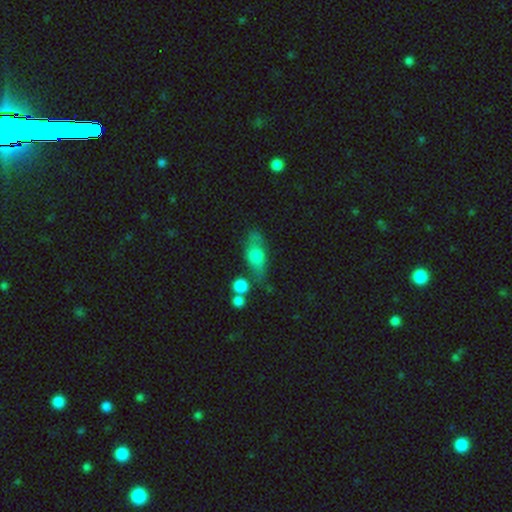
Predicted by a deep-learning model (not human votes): Smooth or featured? smooth (60%)
How rounded? in between (65%)
Merging? none (49%)